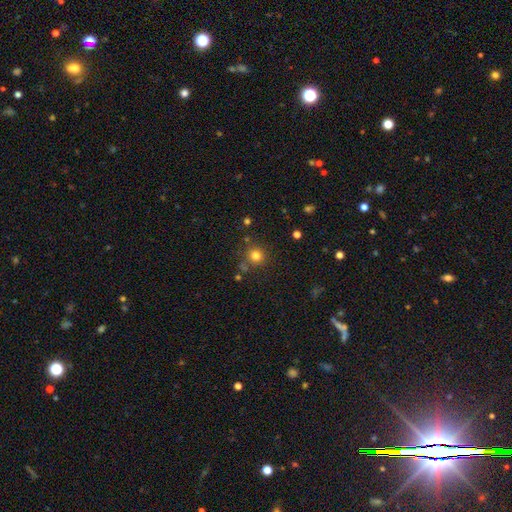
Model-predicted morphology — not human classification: A smooth galaxy with no disk features (78%) that is round (90%). Merging: none (79%).